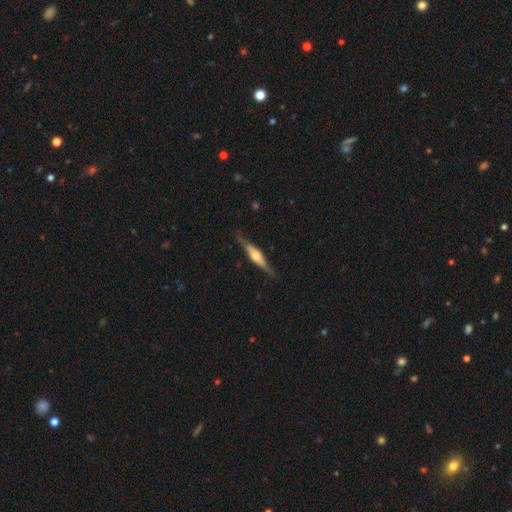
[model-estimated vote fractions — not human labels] featured or disk 69%, smooth 25%, star or artifact 5%. Down the decision tree: edge-on disk — yes (95%); edge-on bulge — rounded (81%); merging — none (82%).